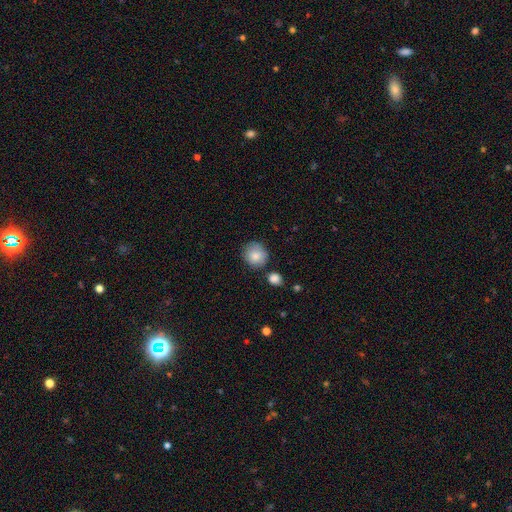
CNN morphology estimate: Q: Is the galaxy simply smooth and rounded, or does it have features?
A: smooth — 85%.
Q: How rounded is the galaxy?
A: round — 87%.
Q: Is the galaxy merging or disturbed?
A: none — 75%.